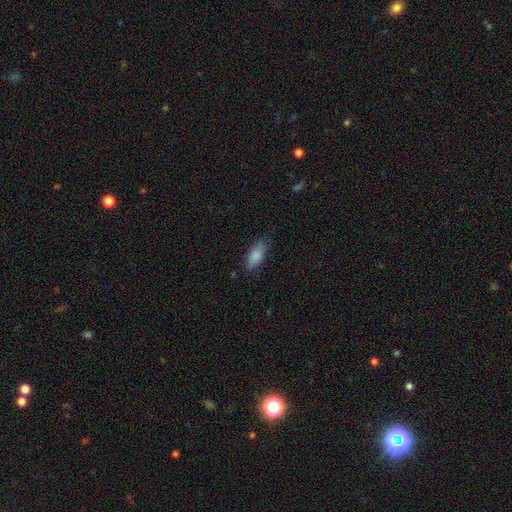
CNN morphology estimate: smooth_or_featured: smooth (p=0.86) [alt: featured or disk p=0.08]
how_rounded: in between (p=0.86) [alt: cigar-shaped p=0.12]
merging: none (p=0.78) [alt: minor disturbance p=0.17]